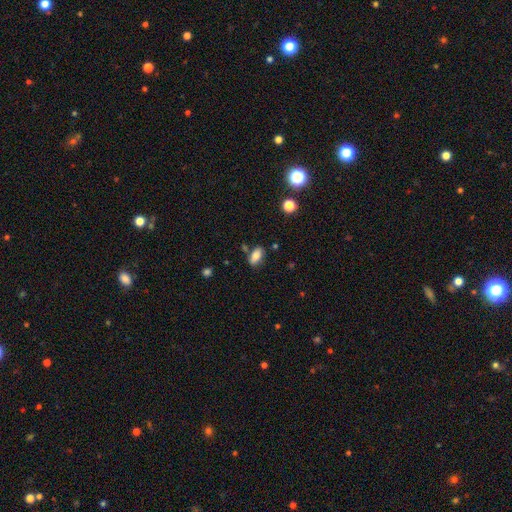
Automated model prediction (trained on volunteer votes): A smooth galaxy with no disk features (80%) that is in between round and cigar-shaped (89%).

Vote fractions:
- Smooth or featured? smooth: 80% / featured or disk: 11% / star or artifact: 8%
- How rounded? in between: 89% / cigar-shaped: 6% / round: 4%
- Merging? none: 77% / minor disturbance: 13% / merger: 7% / major disturbance: 3%